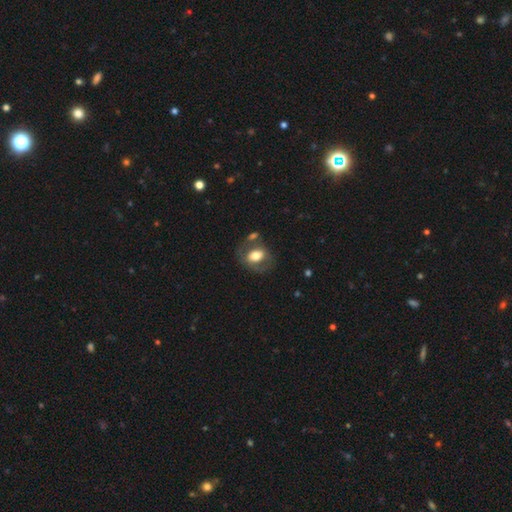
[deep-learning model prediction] Smooth or featured? smooth (60%)
How rounded? in between (68%)
Merging? none (58%)